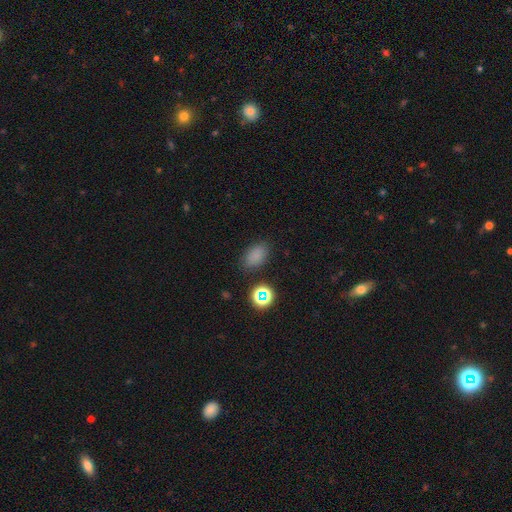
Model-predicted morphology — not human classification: smooth_or_featured: smooth (p=0.79) [alt: star or artifact p=0.16]
how_rounded: in between (p=0.86) [alt: round p=0.12]
merging: none (p=0.82) [alt: minor disturbance p=0.12]